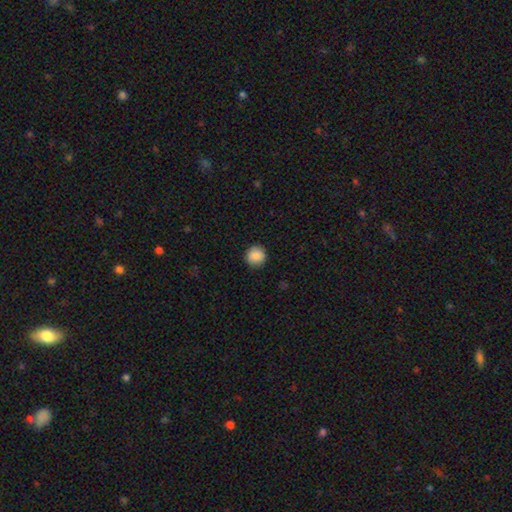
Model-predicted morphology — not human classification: Overall: smooth (88%). How rounded: round (94%). Merging: none (91%).